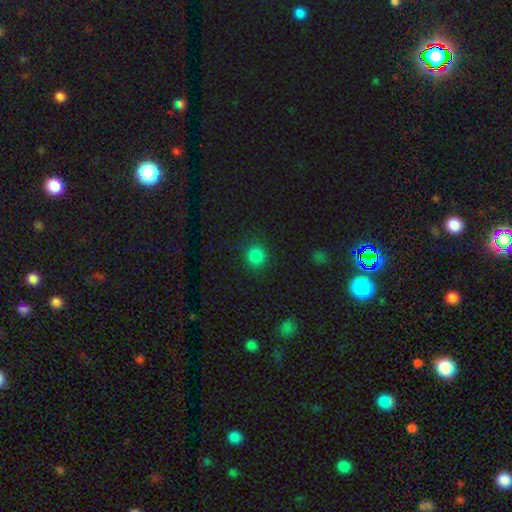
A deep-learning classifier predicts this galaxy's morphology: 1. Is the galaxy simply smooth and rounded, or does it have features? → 85% smooth, 12% star or artifact, 3% featured or disk.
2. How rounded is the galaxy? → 90% round, 9% in between, 1% cigar-shaped.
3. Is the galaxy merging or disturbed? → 88% none, 7% minor disturbance, 3% major disturbance, 1% merger.